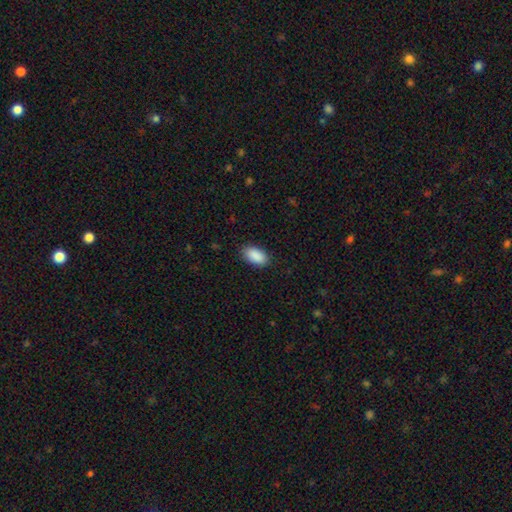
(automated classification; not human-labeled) Overall: smooth (91%). How rounded: in between (94%). Merging: none (88%).